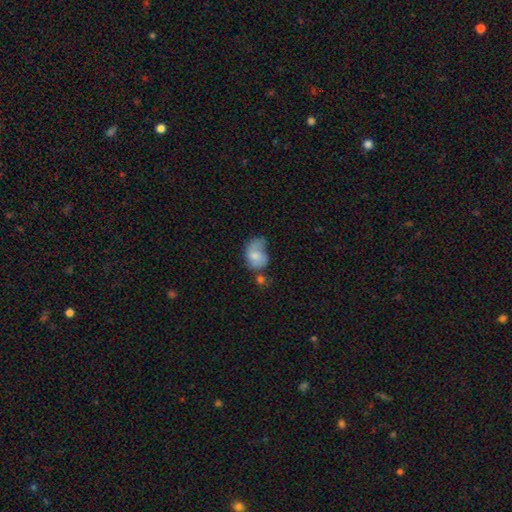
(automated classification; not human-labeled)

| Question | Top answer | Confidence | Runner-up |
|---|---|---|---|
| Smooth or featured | smooth | 68% | featured or disk (23%) |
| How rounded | in between | 70% | round (29%) |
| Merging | minor disturbance | 32% | major disturbance (26%) |